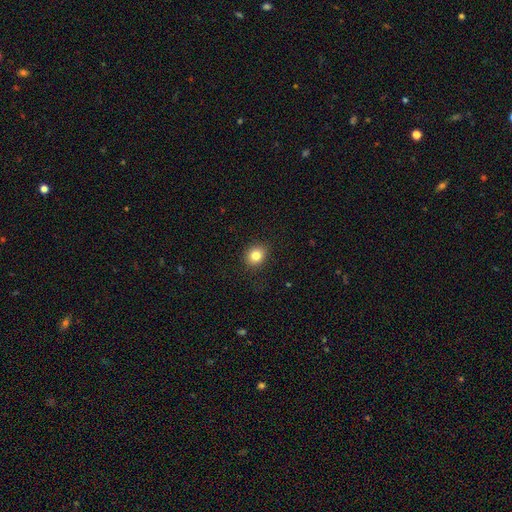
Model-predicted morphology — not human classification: Smooth or featured?
  - smooth: 82% *
  - star or artifact: 11%
  - featured or disk: 7%
How rounded?
  - round: 70% *
  - in between: 29%
  - cigar-shaped: 1%
Merging?
  - none: 89% *
  - minor disturbance: 8%
  - major disturbance: 2%
  - merger: 1%